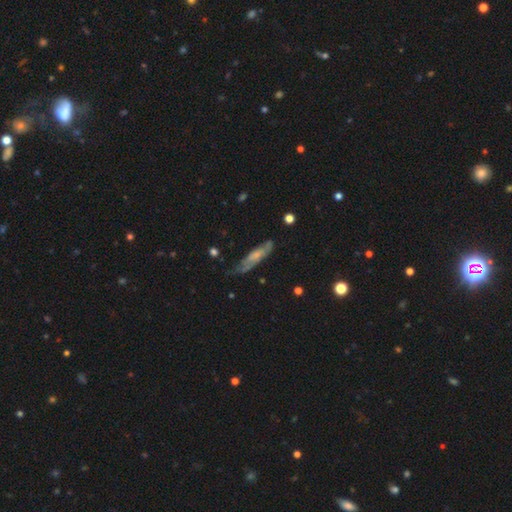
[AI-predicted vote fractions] Smooth or featured? featured or disk (52%)
Edge-on disk? no (63%)
Merging? none (53%)